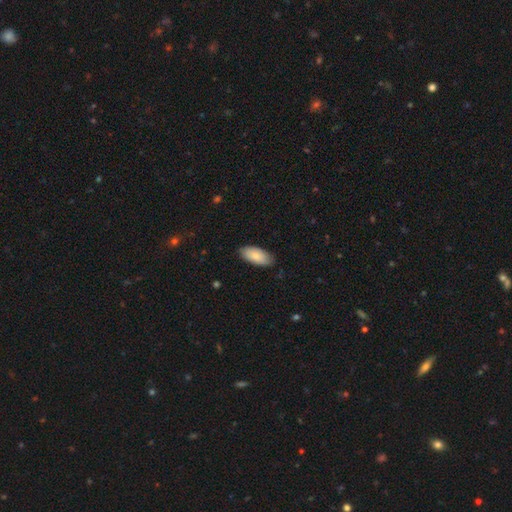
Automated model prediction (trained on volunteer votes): Smooth or featured? smooth (86%)
How rounded? in between (90%)
Merging? none (84%)